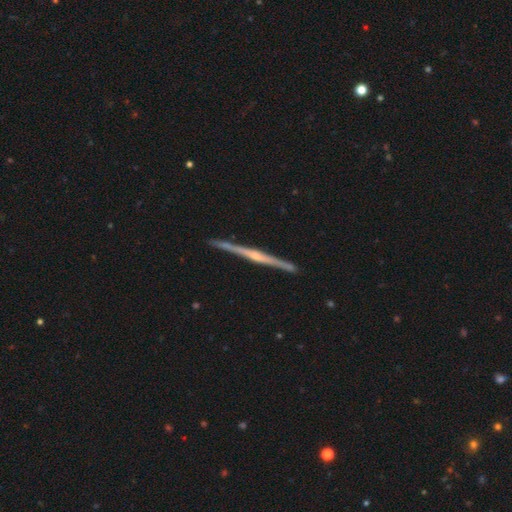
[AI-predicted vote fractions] Q: Smooth or featured?
A: featured or disk (85%); runner-up: smooth (11%)
Q: Edge-on disk?
A: yes (99%); runner-up: no (1%)
Q: Edge-on bulge?
A: rounded (71%); runner-up: none (17%)
Q: Merging?
A: none (91%); runner-up: minor disturbance (6%)